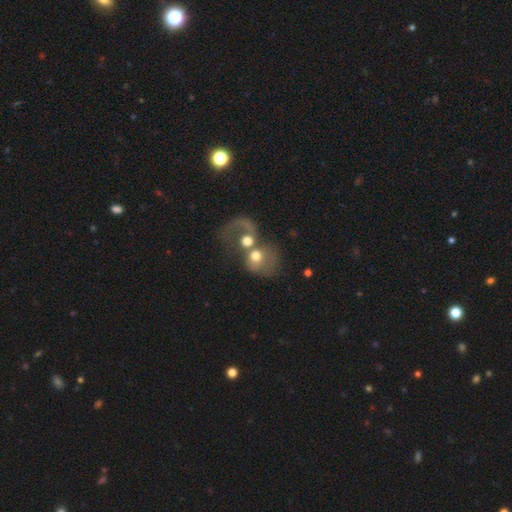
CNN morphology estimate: type=smooth (51%); roundness=round (63%); merging=merger (67%).